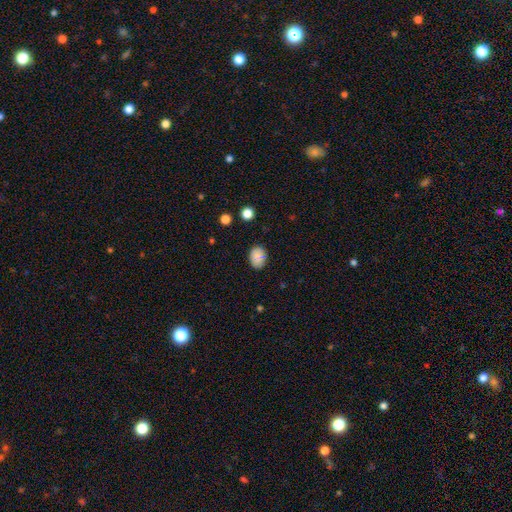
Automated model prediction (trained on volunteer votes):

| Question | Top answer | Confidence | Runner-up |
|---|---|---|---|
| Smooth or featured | smooth | 81% | featured or disk (11%) |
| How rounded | in between | 66% | round (33%) |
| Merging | none | 81% | minor disturbance (15%) |